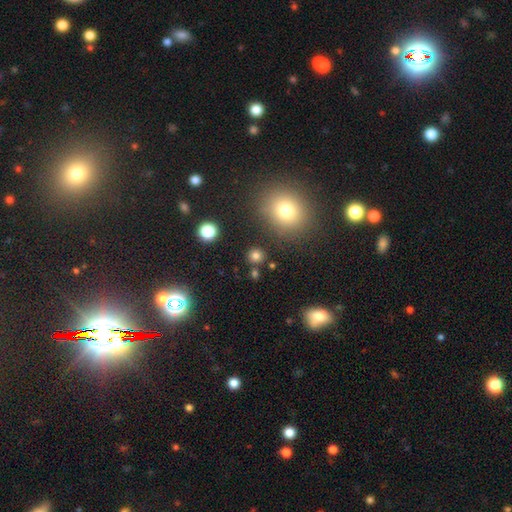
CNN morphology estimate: smooth_or_featured: smooth (p=0.78) [alt: star or artifact p=0.16]
how_rounded: round (p=0.89) [alt: in between p=0.10]
merging: none (p=0.85) [alt: minor disturbance p=0.07]